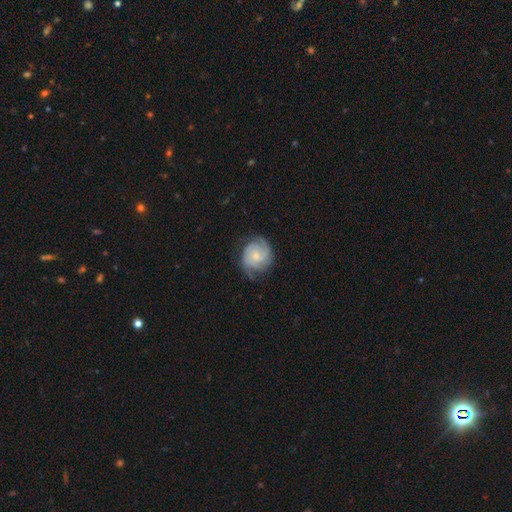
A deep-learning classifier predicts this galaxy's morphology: smooth-or-featured: featured or disk: 73% | smooth: 21% | star or artifact: 6%
  disk-edge-on: no: 98% | yes: 2%
    bar: no: 68% | weak: 28% | strong: 4%
    has-spiral-arms: yes: 94% | no: 6%
      spiral-winding: tight: 52% | medium: 37% | loose: 11%
      spiral-arm-count: 2: 51% | can't tell: 19% | 3: 18% | 1: 5% | 4: 4% | more than 4: 3%
    bulge-size: small: 64% | moderate: 27% | none: 6% | large: 2% | dominant: 1%
  merging: none: 69% | minor disturbance: 22% | major disturbance: 8% | merger: 1%